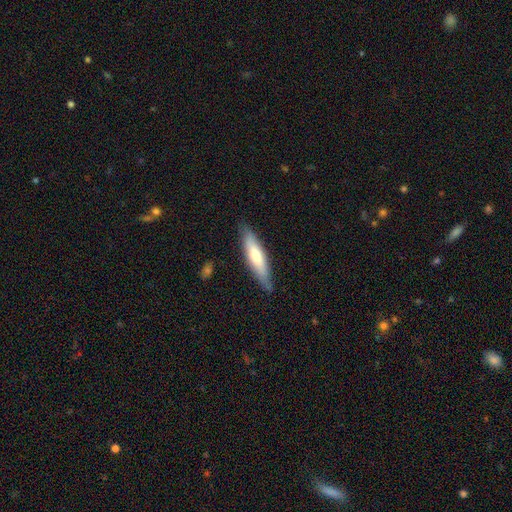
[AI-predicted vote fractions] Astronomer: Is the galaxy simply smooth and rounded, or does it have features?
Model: smooth — 60%.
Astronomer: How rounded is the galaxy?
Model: cigar-shaped — 77%.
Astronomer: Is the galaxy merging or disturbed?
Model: none — 82%.